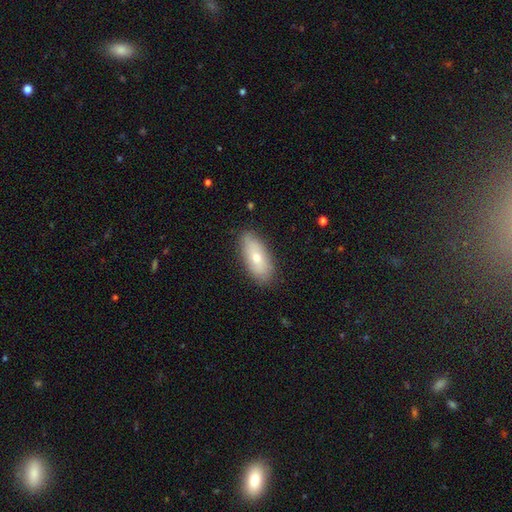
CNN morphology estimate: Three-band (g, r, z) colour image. It shows a smooth galaxy with no disk features (66%) that is in between round and cigar-shaped (83%). Merging: none (84%).